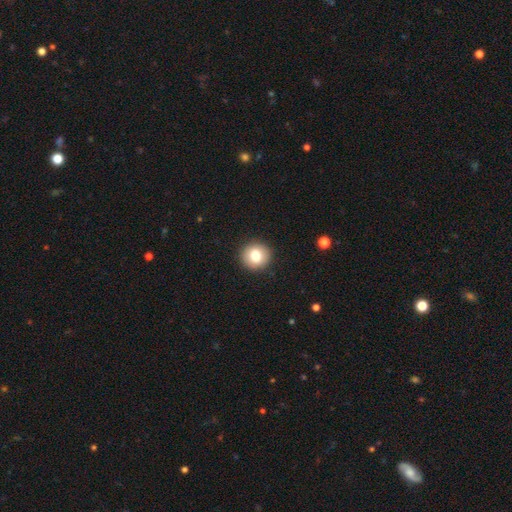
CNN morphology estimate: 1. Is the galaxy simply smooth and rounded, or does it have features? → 79% smooth, 12% featured or disk, 9% star or artifact.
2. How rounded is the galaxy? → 93% round, 6% in between, 1% cigar-shaped.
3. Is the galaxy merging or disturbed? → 92% none, 5% minor disturbance, 2% major disturbance, 1% merger.